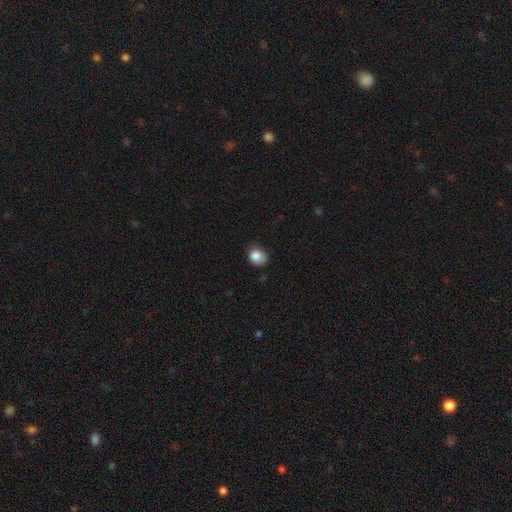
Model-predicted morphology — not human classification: Q: Smooth or featured?
A: smooth (84%); runner-up: star or artifact (9%)
Q: How rounded?
A: round (63%); runner-up: in between (36%)
Q: Merging?
A: none (66%); runner-up: minor disturbance (27%)